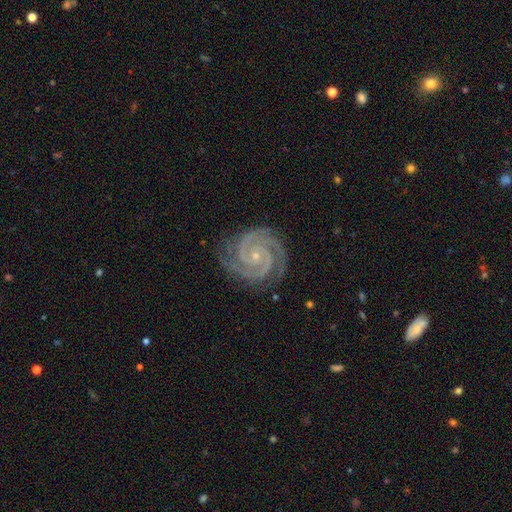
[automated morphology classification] Q: Smooth or featured?
A: featured or disk (94%); runner-up: star or artifact (4%)
Q: Edge-on disk?
A: no (98%); runner-up: yes (2%)
Q: Bar?
A: no (71%); runner-up: weak (19%)
Q: Spiral arms?
A: yes (99%); runner-up: no (1%)
Q: Spiral winding?
A: tight (81%); runner-up: medium (18%)
Q: Spiral arm count?
A: 2 (59%); runner-up: 3 (24%)
Q: Bulge size?
A: small (84%); runner-up: moderate (12%)
Q: Merging?
A: none (83%); runner-up: minor disturbance (13%)